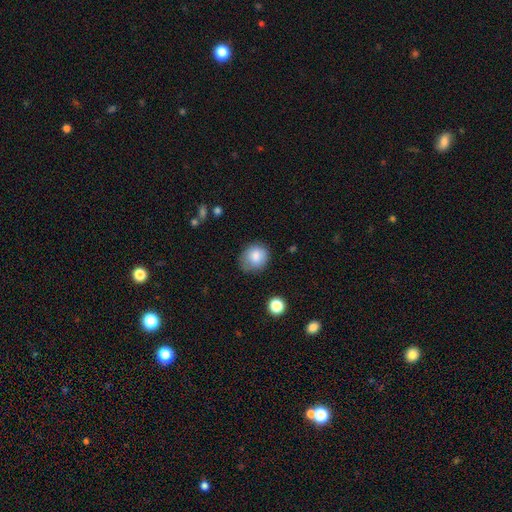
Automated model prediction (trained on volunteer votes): Smooth or featured? Predicted: smooth (p=0.84). How rounded? Predicted: round (p=0.74). Merging? Predicted: none (p=0.69).